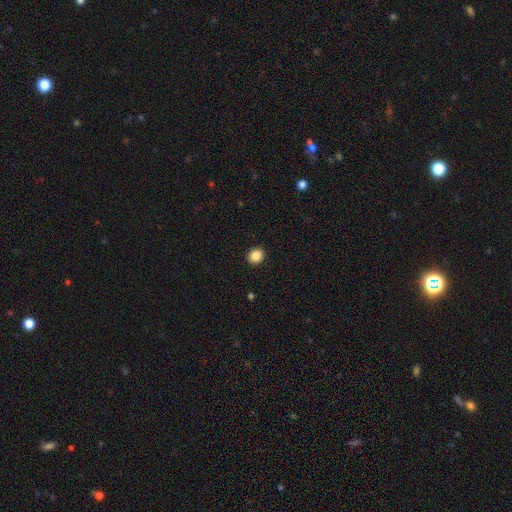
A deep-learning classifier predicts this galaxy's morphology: Smooth or featured? smooth (86%)
How rounded? round (72%)
Merging? none (92%)